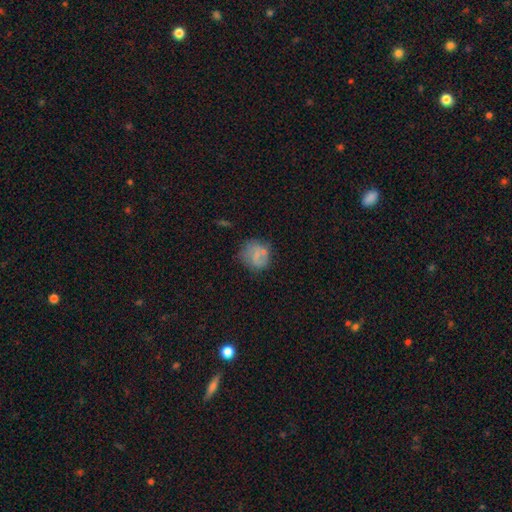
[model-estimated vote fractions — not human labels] Overall: smooth (64%). How rounded: round (79%). Merging: none (59%; minor disturbance 23%).